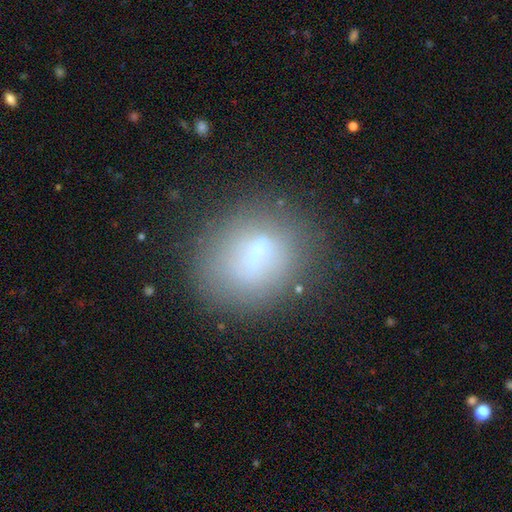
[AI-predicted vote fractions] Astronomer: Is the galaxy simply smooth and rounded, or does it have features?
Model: smooth — 51% (runner-up: featured or disk, 35%).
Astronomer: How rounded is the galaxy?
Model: round — 57% (runner-up: in between, 38%).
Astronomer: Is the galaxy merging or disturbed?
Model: none — 68%.